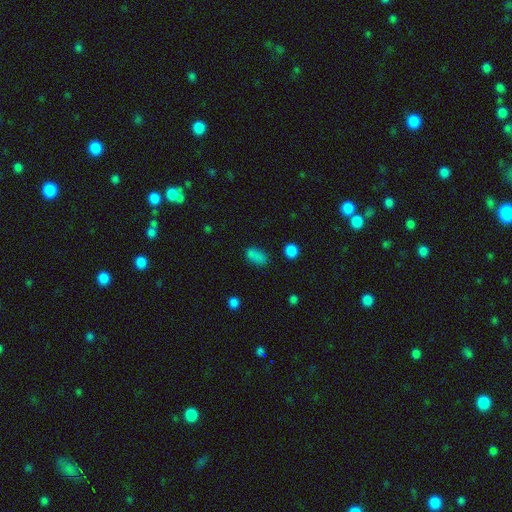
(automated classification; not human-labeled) smooth_or_featured: smooth (p=0.79) [alt: star or artifact p=0.15]
how_rounded: in between (p=0.86) [alt: round p=0.10]
merging: none (p=0.68) [alt: minor disturbance p=0.18]